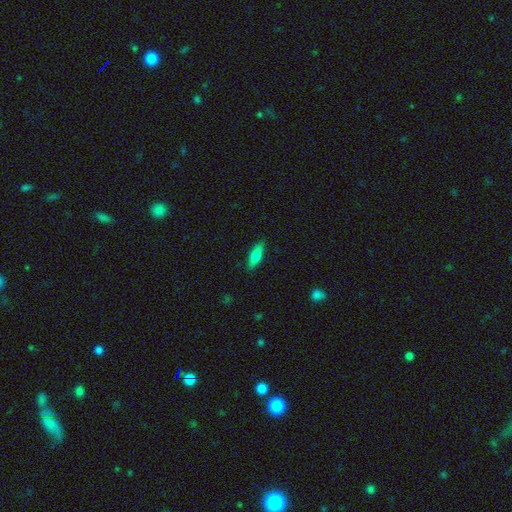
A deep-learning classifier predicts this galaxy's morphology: This is likely a smooth galaxy (75%). How rounded: possibly in between (55%). Merging: clearly none (87%).